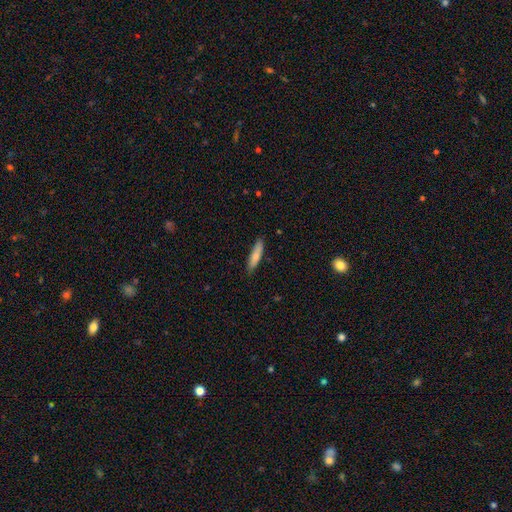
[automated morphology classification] A smooth galaxy with no disk features (78%) that is cigar-shaped (80%).

Vote fractions:
- Smooth or featured? smooth: 78% / featured or disk: 16% / star or artifact: 6%
- How rounded? cigar-shaped: 80% / in between: 19% / round: 1%
- Merging? none: 86% / minor disturbance: 11% / major disturbance: 2% / merger: 1%